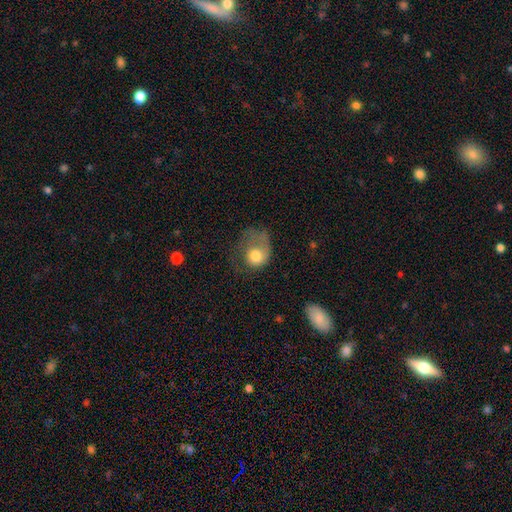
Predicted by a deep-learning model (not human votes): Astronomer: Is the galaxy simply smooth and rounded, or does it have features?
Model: smooth — 65%.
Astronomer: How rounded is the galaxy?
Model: round — 56% (runner-up: in between, 43%).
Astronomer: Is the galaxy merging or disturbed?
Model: major disturbance — 55%.